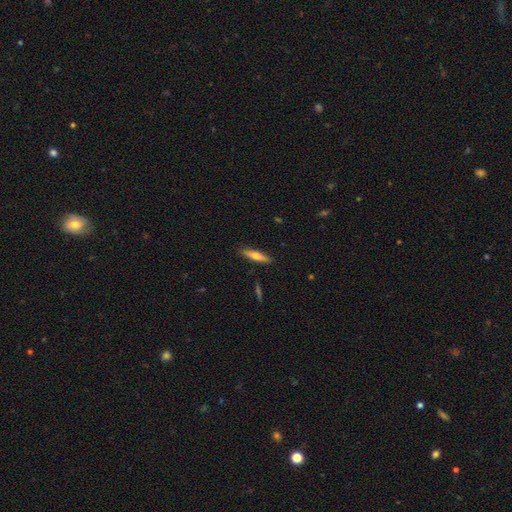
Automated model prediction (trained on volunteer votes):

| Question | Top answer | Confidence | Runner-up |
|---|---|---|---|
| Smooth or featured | smooth | 54% | featured or disk (40%) |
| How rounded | cigar-shaped | 76% | in between (22%) |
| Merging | none | 88% | minor disturbance (9%) |